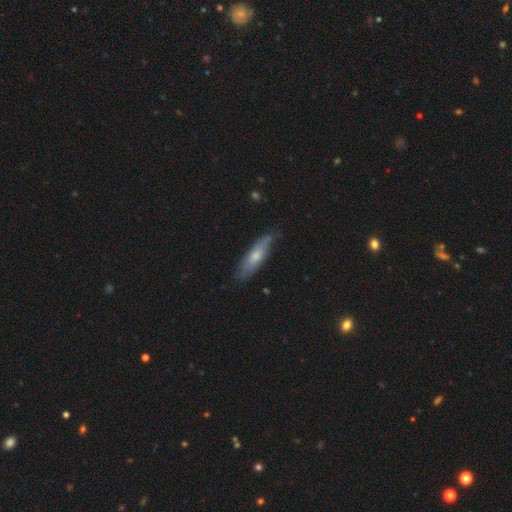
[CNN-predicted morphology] smooth-or-featured: smooth: 59% | featured or disk: 36% | star or artifact: 6%
  how-rounded: cigar-shaped: 61% | in between: 37% | round: 2%
  merging: none: 73% | minor disturbance: 22% | major disturbance: 4% | merger: 2%